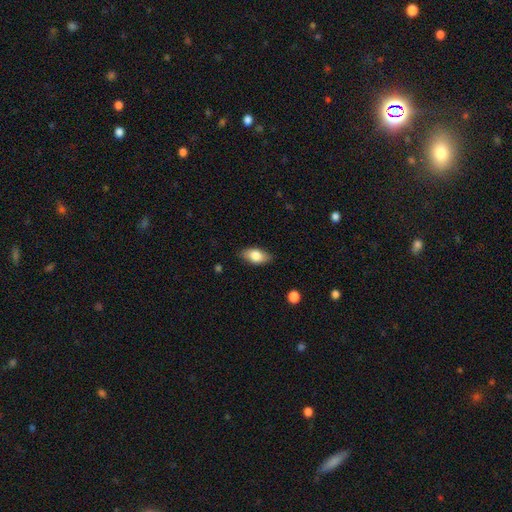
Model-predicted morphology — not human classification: Smooth or featured: smooth — 79% (featured or disk — 14%)
How rounded: in between — 90% (cigar-shaped — 5%)
Merging: none — 84% (minor disturbance — 12%)